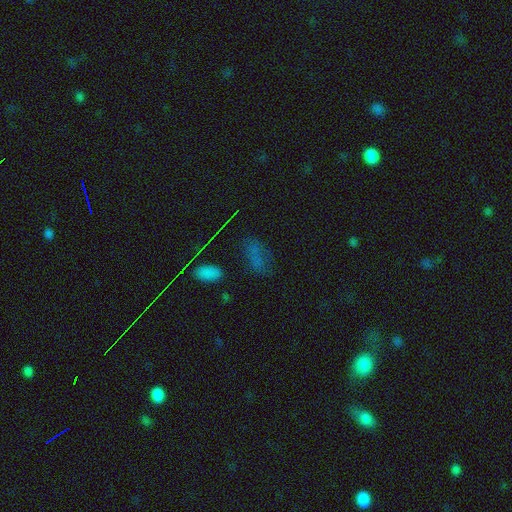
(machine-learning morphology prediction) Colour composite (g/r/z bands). It shows a smooth galaxy with no disk features (51%) that is in between round and cigar-shaped (84%). Merging: none (62%).